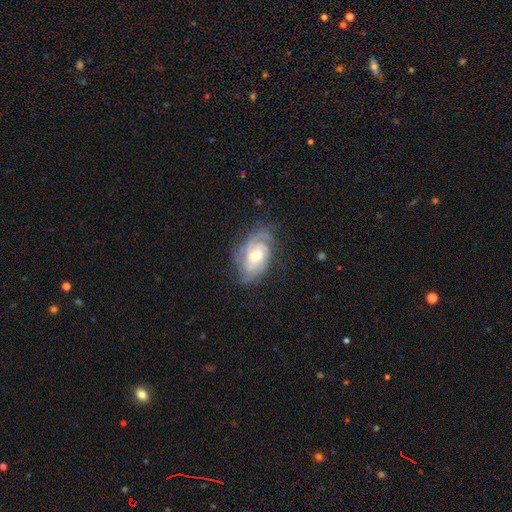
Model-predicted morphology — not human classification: Q: Smooth or featured?
A: featured or disk (85%); runner-up: smooth (10%)
Q: Edge-on disk?
A: no (96%); runner-up: yes (4%)
Q: Bar?
A: no (57%); runner-up: weak (35%)
Q: Spiral arms?
A: yes (96%); runner-up: no (4%)
Q: Spiral winding?
A: tight (62%); runner-up: medium (31%)
Q: Spiral arm count?
A: 3 (29%); runner-up: 2 (27%)
Q: Bulge size?
A: moderate (69%); runner-up: small (21%)
Q: Merging?
A: none (70%); runner-up: minor disturbance (20%)